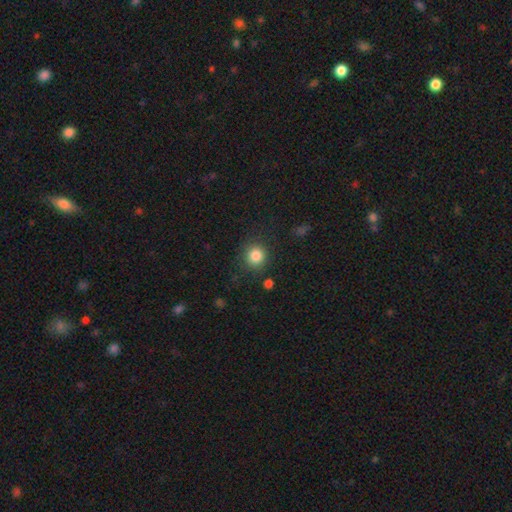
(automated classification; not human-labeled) This appears to be a smooth galaxy with no disk features (84%) that is round (91%). Merging: none (86%).